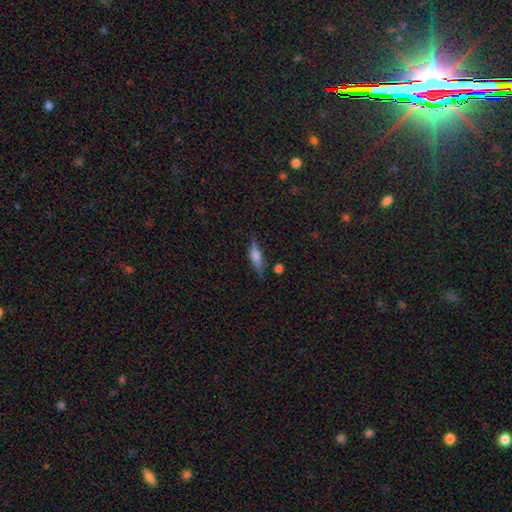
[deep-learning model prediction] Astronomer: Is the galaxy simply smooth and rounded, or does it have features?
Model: smooth — 54% (runner-up: featured or disk, 37%).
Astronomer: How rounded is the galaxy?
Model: cigar-shaped — 60% (runner-up: in between, 36%).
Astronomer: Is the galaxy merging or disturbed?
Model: none — 75%.